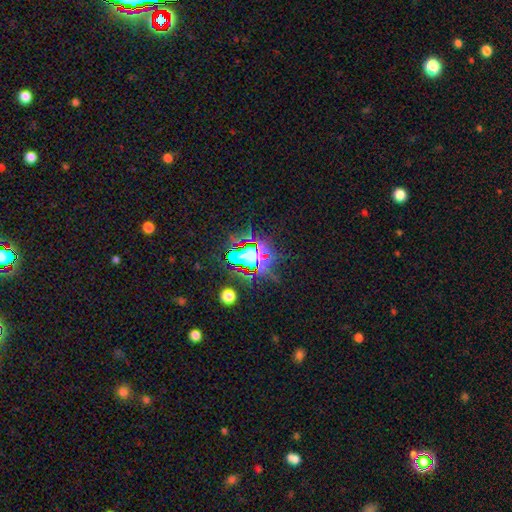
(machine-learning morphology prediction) This appears to be a star or artifact, not a galaxy (63%).